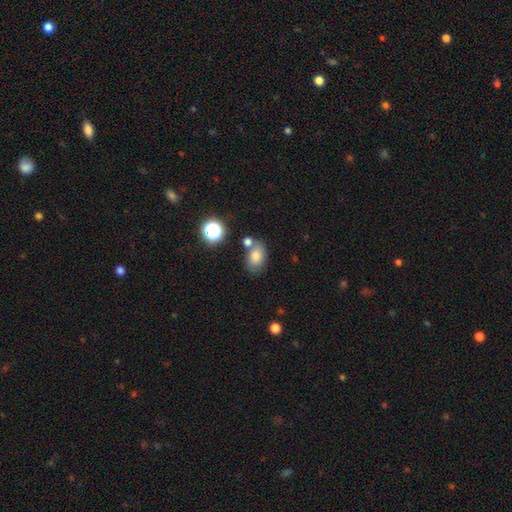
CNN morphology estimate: This appears to be a smooth galaxy with no disk features (77%) that is in between round and cigar-shaped (79%). Merging: none (60%).